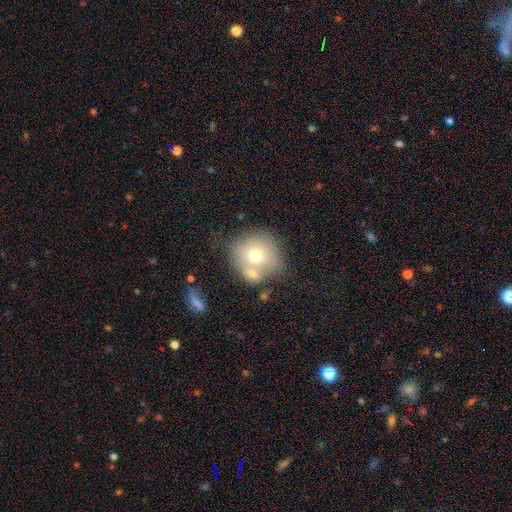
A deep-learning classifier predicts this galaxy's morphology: type=smooth (65%); roundness=round (87%); merging=none (47%).